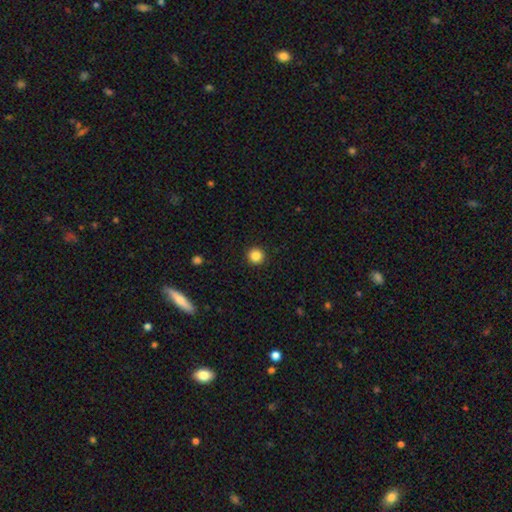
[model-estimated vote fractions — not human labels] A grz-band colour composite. It shows a smooth galaxy with no disk features (86%) that is round (95%). Merging: none (93%).